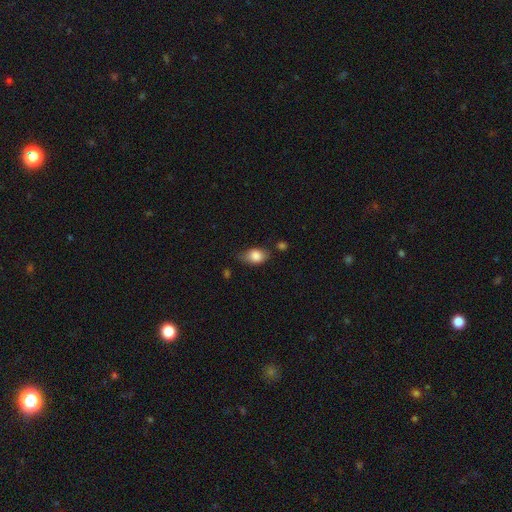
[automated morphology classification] A smooth galaxy with no disk features (82%) that is in between round and cigar-shaped (80%).

Vote fractions:
- Smooth or featured? smooth: 82% / featured or disk: 10% / star or artifact: 8%
- How rounded? in between: 80% / round: 18% / cigar-shaped: 3%
- Merging? none: 57% / minor disturbance: 30% / major disturbance: 8% / merger: 5%